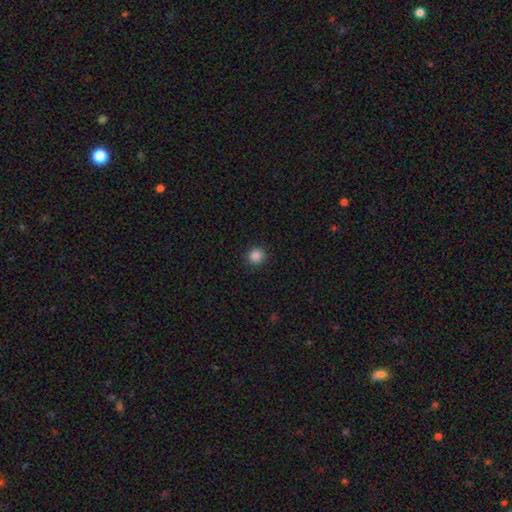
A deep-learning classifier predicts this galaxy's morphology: smooth 86%, star or artifact 11%, featured or disk 3%. Down the decision tree: how rounded — round (90%); merging — none (91%).